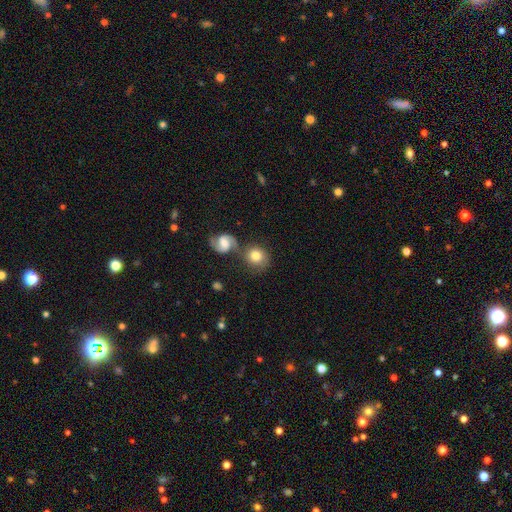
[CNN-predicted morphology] Q: Smooth or featured?
A: smooth (69%); runner-up: featured or disk (23%)
Q: How rounded?
A: round (81%); runner-up: in between (18%)
Q: Merging?
A: none (57%); runner-up: merger (26%)